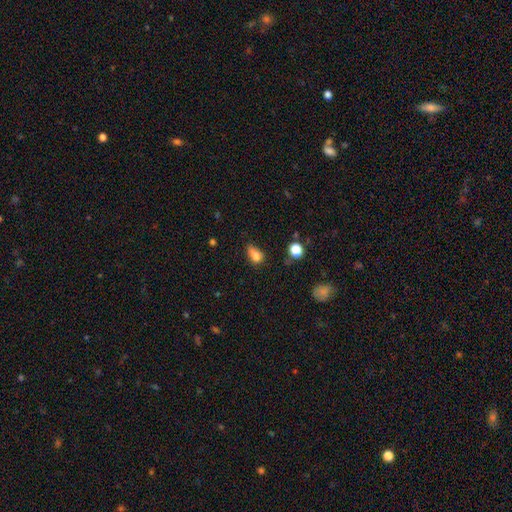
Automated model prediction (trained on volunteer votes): A smooth galaxy with no disk features (77%) that is in between round and cigar-shaped (70%). Merging: none (37%).